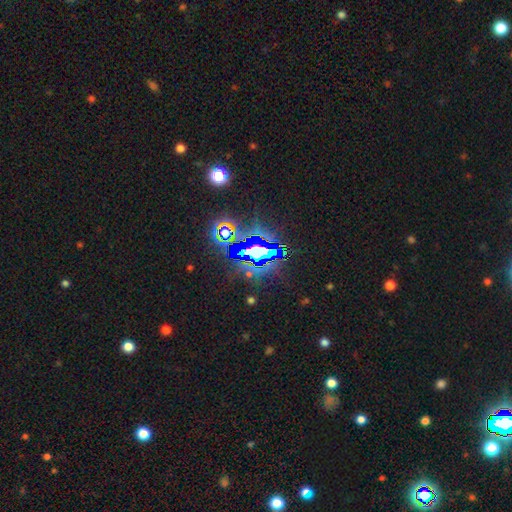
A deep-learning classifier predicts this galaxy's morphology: Q: Smooth or featured?
A: star or artifact (75%); runner-up: smooth (13%)